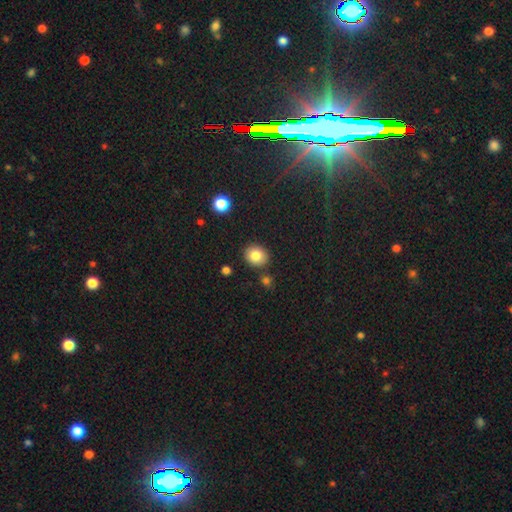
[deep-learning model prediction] Morphology: type=smooth (83%); roundness=round (71%); merging=none (85%).